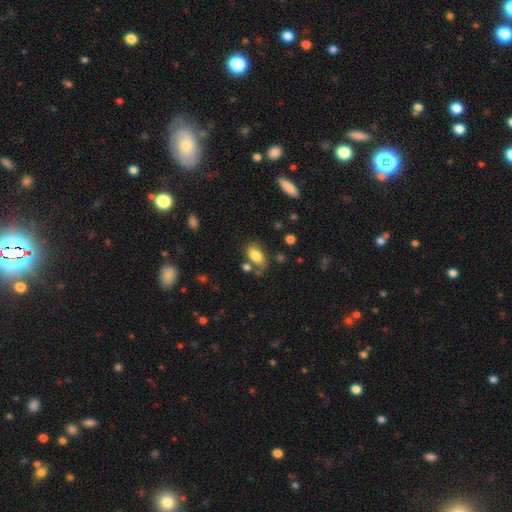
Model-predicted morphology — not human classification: Smooth or featured?
  - smooth: 81% *
  - featured or disk: 11%
  - star or artifact: 8%
How rounded?
  - in between: 89% *
  - round: 6%
  - cigar-shaped: 5%
Merging?
  - none: 65% *
  - minor disturbance: 18%
  - merger: 12%
  - major disturbance: 6%